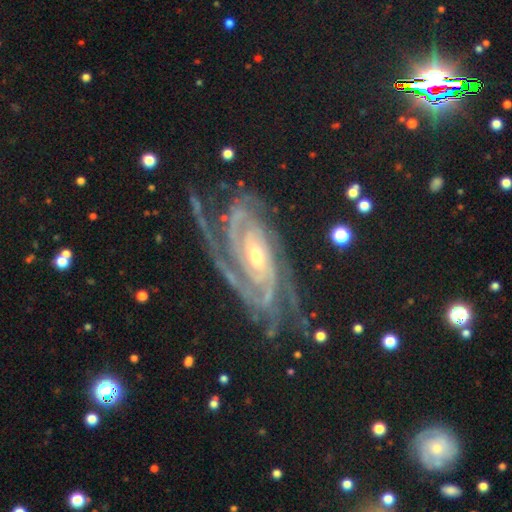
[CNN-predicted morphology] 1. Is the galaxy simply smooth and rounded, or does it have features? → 90% featured or disk, 7% star or artifact, 3% smooth.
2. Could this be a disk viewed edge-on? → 95% no, 5% yes.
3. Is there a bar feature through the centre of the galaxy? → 57% no, 26% weak, 17% strong.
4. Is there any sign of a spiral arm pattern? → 99% yes, 1% no.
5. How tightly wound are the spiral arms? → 75% tight, 22% medium, 3% loose.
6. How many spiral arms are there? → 27% 3, 24% 2, 16% can't tell, 16% 4, 9% more than 4, 8% 1.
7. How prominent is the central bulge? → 54% small, 42% moderate, 3% large, 1% none, 1% dominant.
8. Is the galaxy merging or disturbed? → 72% none, 18% minor disturbance, 9% major disturbance, 2% merger.